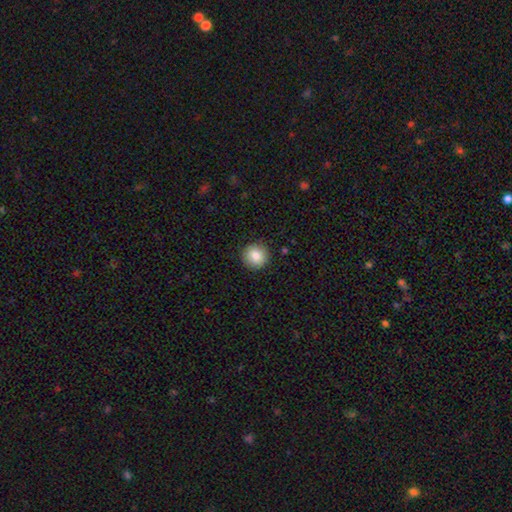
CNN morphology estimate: smooth_or_featured: smooth (p=0.85) [alt: star or artifact p=0.09]
how_rounded: round (p=0.95) [alt: in between p=0.04]
merging: none (p=0.91) [alt: minor disturbance p=0.06]